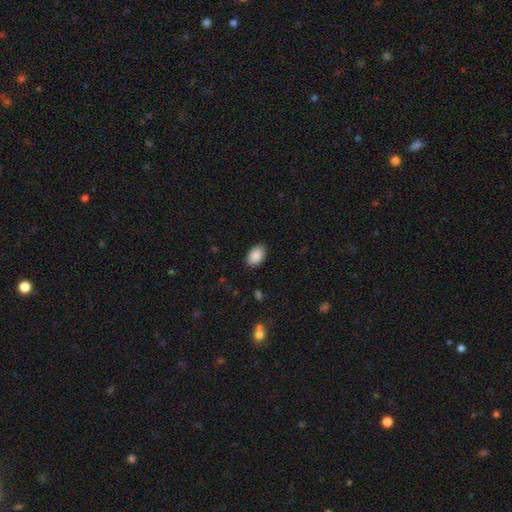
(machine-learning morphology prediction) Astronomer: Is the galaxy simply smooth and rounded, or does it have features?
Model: smooth — 90%.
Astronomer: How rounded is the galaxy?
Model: in between — 91%.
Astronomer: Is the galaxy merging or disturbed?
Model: none — 88%.